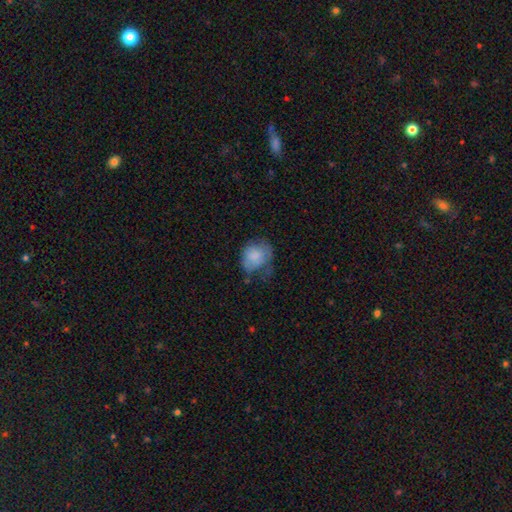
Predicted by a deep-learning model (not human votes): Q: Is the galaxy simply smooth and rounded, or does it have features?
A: smooth — 75%.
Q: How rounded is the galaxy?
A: round — 55%.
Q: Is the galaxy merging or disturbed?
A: none — 37%.